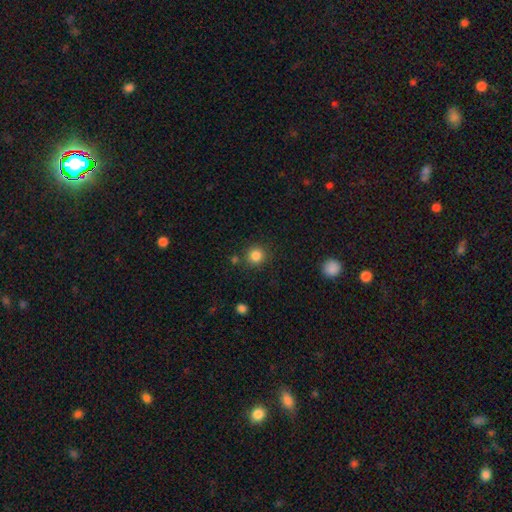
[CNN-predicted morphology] Smooth or featured: smooth — 84% (star or artifact — 11%)
How rounded: round — 93% (in between — 6%)
Merging: none — 84% (minor disturbance — 8%)